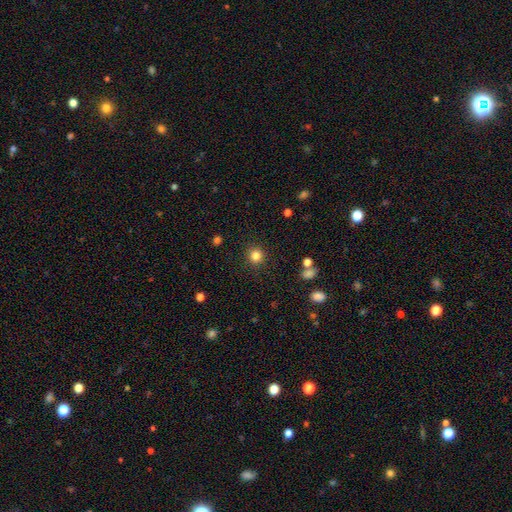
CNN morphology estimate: This is clearly a smooth galaxy (83%). How rounded: clearly round (94%). Merging: clearly none (91%).